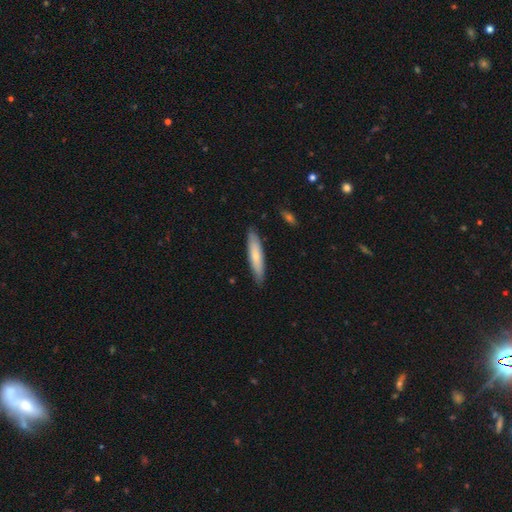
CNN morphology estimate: Smooth or featured: smooth — 69% (featured or disk — 26%)
How rounded: cigar-shaped — 81% (in between — 18%)
Merging: none — 86% (minor disturbance — 11%)